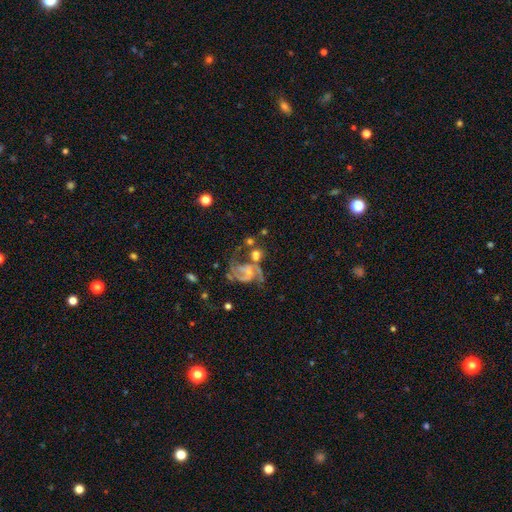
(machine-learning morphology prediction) A featured or disk galaxy (73%) with no bar (51%), 2 (68%) medium (50%) spiral arms (91%) and a small central bulge (60%). Merging: none (38%).